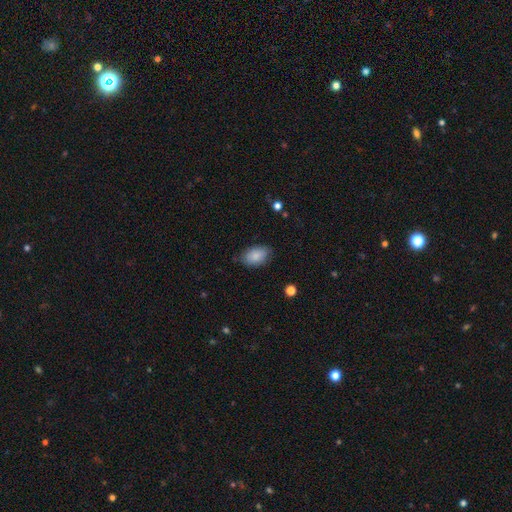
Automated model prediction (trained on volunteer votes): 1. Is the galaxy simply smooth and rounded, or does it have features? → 86% smooth, 7% featured or disk, 7% star or artifact.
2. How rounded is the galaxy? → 91% in between, 7% round, 1% cigar-shaped.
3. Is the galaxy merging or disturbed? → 79% none, 16% minor disturbance, 4% major disturbance, 1% merger.